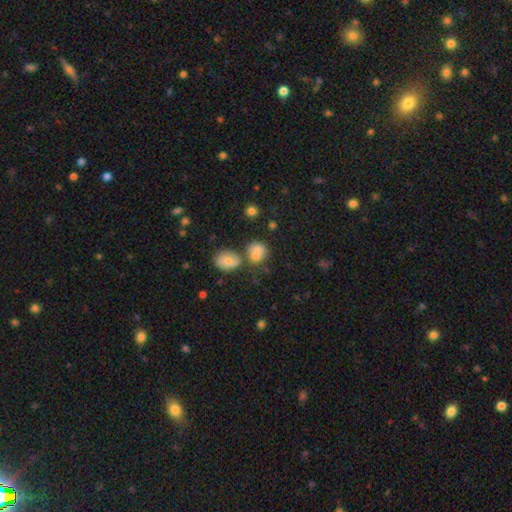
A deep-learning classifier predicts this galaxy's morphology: Q: Smooth or featured?
A: smooth (70%); runner-up: star or artifact (17%)
Q: How rounded?
A: round (66%); runner-up: in between (33%)
Q: Merging?
A: none (48%); runner-up: merger (34%)